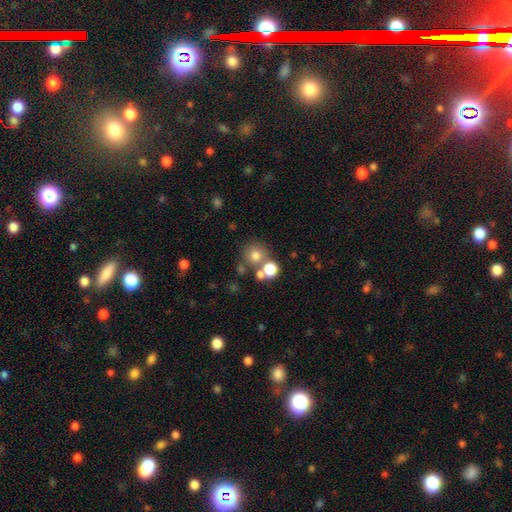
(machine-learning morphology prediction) The model was most divided on "merging": none: 62%, merger: 25%, minor disturbance: 8%, major disturbance: 4%. More confident: how rounded — round (90%); smooth or featured — smooth (72%).